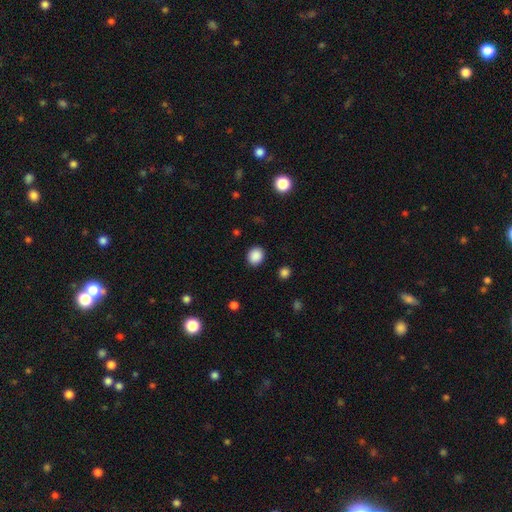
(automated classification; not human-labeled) This appears to be a smooth galaxy with no disk features (88%) that is round (74%). Merging: none (89%).